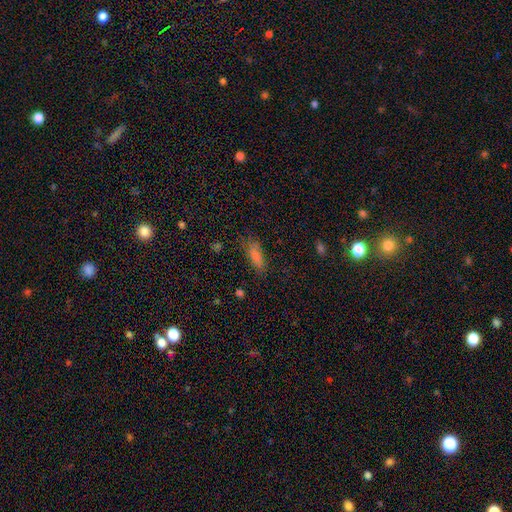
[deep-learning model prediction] Overall: smooth (80%). How rounded: in between (66%; cigar-shaped 31%). Merging: none (67%).